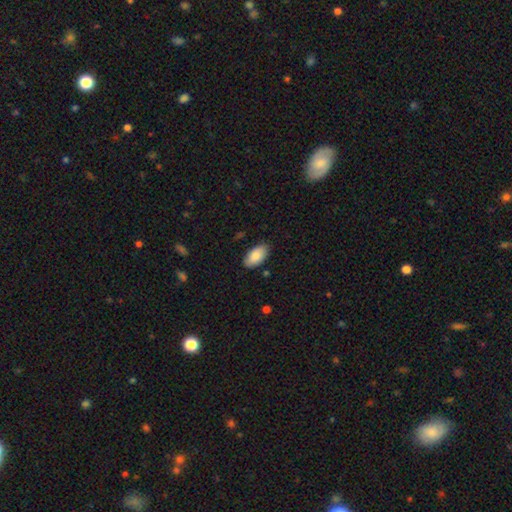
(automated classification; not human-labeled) Smooth or featured? Predicted: smooth (p=0.86). How rounded? Predicted: in between (p=0.95). Merging? Predicted: none (p=0.86).